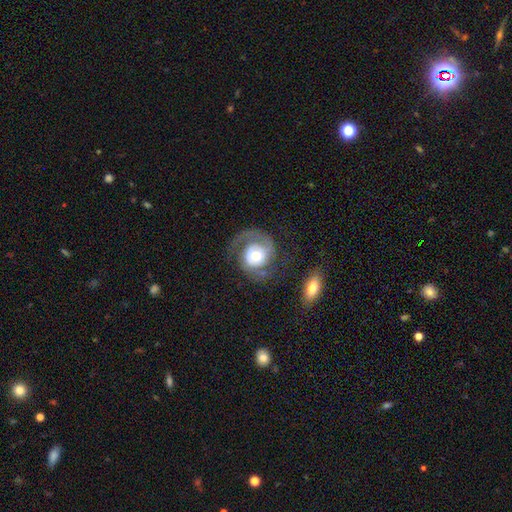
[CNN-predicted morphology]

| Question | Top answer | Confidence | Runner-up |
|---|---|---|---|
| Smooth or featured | featured or disk | 77% | smooth (17%) |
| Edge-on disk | no | 98% | yes (2%) |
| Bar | no | 68% | weak (25%) |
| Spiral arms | yes | 91% | no (9%) |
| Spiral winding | tight | 45% | medium (38%) |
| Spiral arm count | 1 | 45% | 2 (43%) |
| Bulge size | moderate | 65% | small (17%) |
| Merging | none | 53% | major disturbance (25%) |